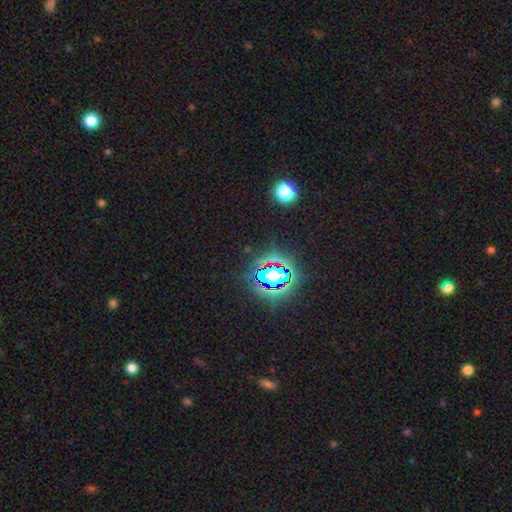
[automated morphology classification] smooth_or_featured: star or artifact (p=0.77) [alt: smooth p=0.15]